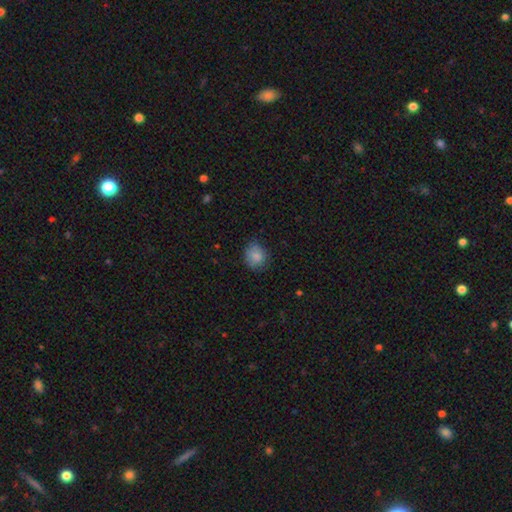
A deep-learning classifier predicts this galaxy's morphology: type=smooth (82%); roundness=round (74%); merging=none (75%).